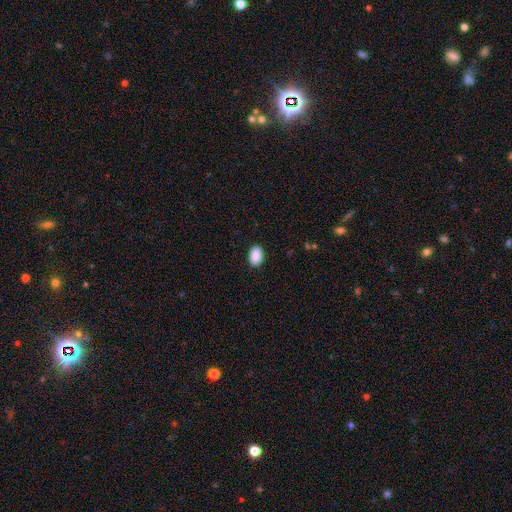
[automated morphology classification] Q: Smooth or featured?
A: smooth (90%); runner-up: star or artifact (7%)
Q: How rounded?
A: in between (86%); runner-up: round (13%)
Q: Merging?
A: none (89%); runner-up: minor disturbance (8%)